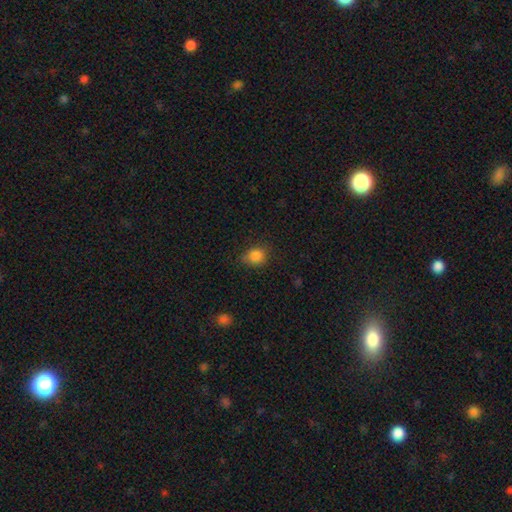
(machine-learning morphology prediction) smooth_or_featured: smooth (p=0.85) [alt: star or artifact p=0.11]
how_rounded: round (p=0.69) [alt: in between p=0.30]
merging: none (p=0.72) [alt: minor disturbance p=0.21]